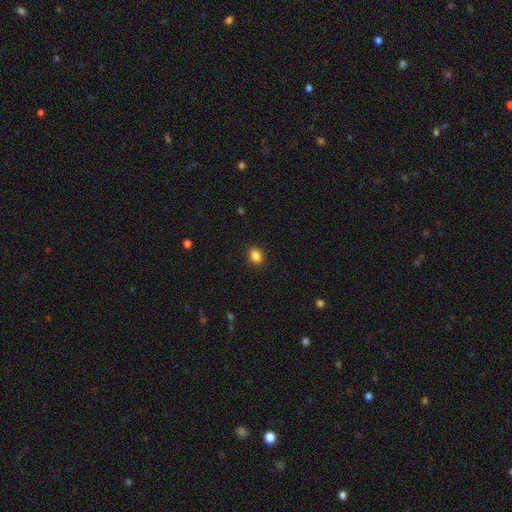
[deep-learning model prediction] The model was most divided on "how rounded": in between: 57%, round: 42%, cigar-shaped: 1%. More confident: merging — none (89%); smooth or featured — smooth (86%).